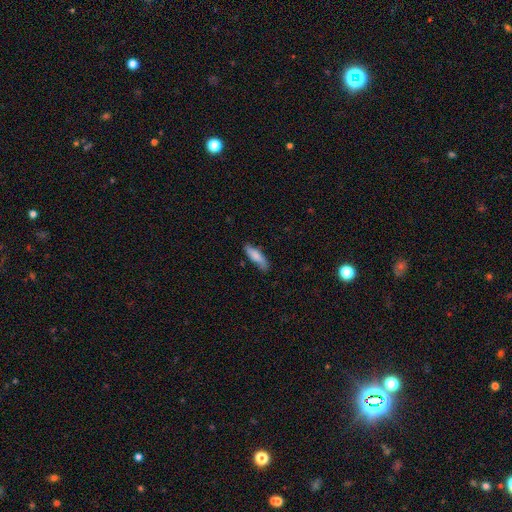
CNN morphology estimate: Smooth or featured?
  - smooth: 75% *
  - featured or disk: 18%
  - star or artifact: 6%
How rounded?
  - cigar-shaped: 56% *
  - in between: 42%
  - round: 2%
Merging?
  - none: 72% *
  - minor disturbance: 22%
  - major disturbance: 4%
  - merger: 2%